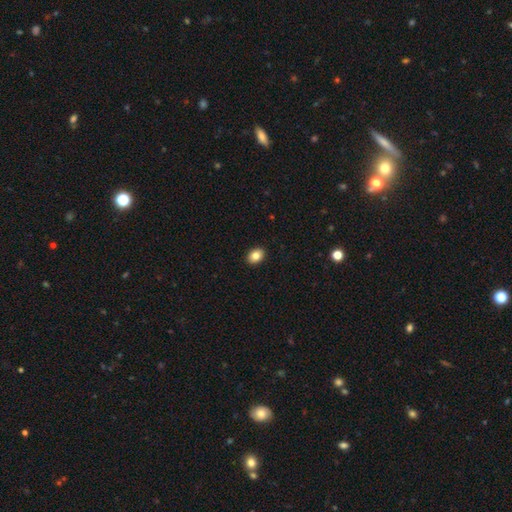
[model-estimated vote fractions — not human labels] A smooth galaxy with no disk features (84%) that is in between round and cigar-shaped (68%).

Vote fractions:
- Smooth or featured? smooth: 84% / star or artifact: 9% / featured or disk: 7%
- How rounded? in between: 68% / round: 31% / cigar-shaped: 1%
- Merging? none: 92% / minor disturbance: 6% / major disturbance: 2% / merger: 1%